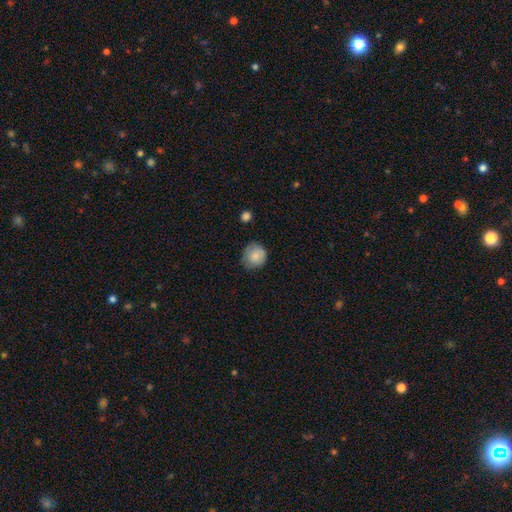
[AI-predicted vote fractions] Smooth or featured? smooth (83%)
How rounded? round (85%)
Merging? none (70%)